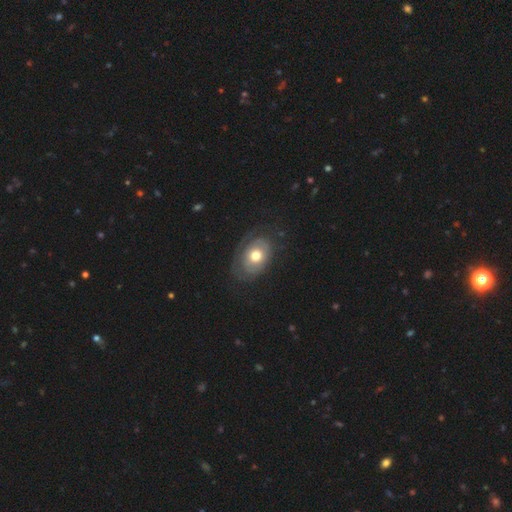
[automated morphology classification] Q: Smooth or featured?
A: smooth (48%); runner-up: featured or disk (45%)
Q: Merging?
A: none (65%); runner-up: minor disturbance (20%)